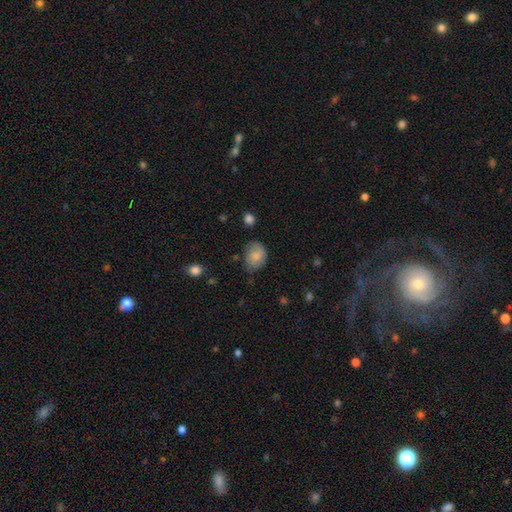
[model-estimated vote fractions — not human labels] Smooth or featured? smooth (78%)
How rounded? in between (64%)
Merging? none (54%)